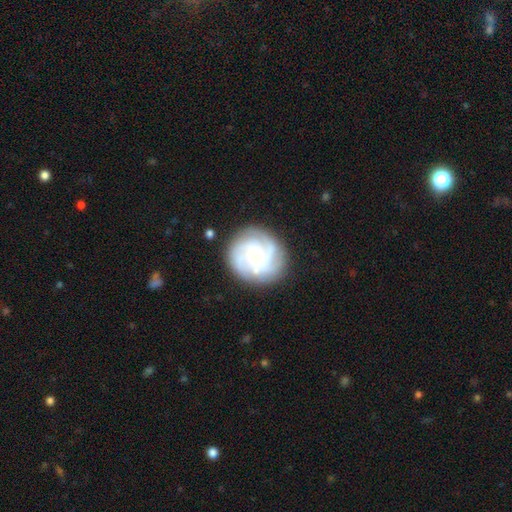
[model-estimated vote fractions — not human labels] smooth-or-featured: featured or disk: 81% | smooth: 13% | star or artifact: 6%
  disk-edge-on: no: 98% | yes: 2%
    bar: no: 69% | weak: 26% | strong: 5%
    has-spiral-arms: yes: 95% | no: 5%
      spiral-winding: tight: 60% | medium: 32% | loose: 8%
      spiral-arm-count: 3: 36% | can't tell: 21% | 4: 19% | 2: 12% | more than 4: 6% | 1: 5%
    bulge-size: small: 54% | moderate: 41% | large: 2% | none: 1% | dominant: 1%
  merging: none: 82% | minor disturbance: 12% | major disturbance: 4% | merger: 2%